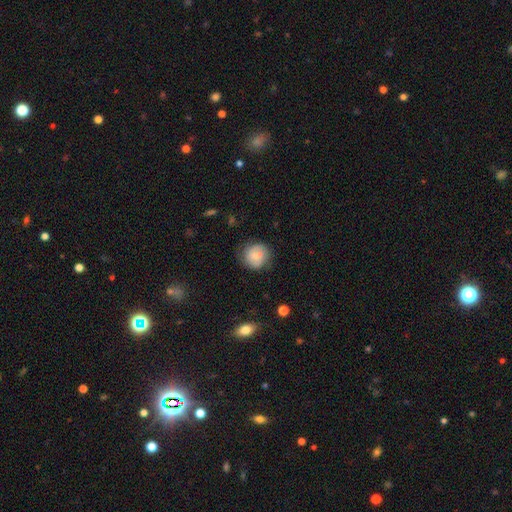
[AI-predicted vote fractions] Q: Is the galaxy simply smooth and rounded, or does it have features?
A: smooth — 48%.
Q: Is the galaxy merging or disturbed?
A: none — 72%.